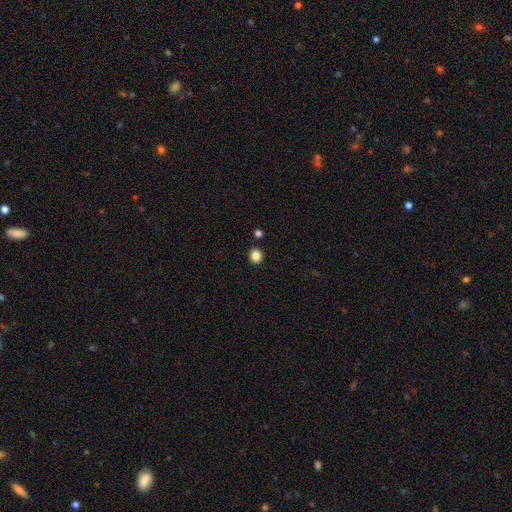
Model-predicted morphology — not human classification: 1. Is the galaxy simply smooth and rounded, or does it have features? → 85% smooth, 11% star or artifact, 4% featured or disk.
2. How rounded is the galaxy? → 80% round, 19% in between, 1% cigar-shaped.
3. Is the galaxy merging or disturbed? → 89% none, 6% minor disturbance, 4% merger, 2% major disturbance.